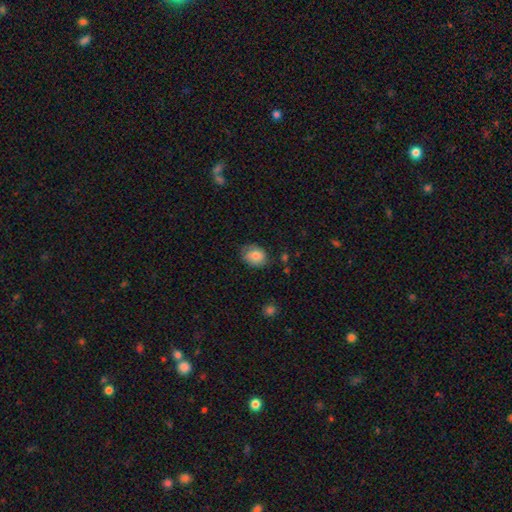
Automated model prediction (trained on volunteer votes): A smooth galaxy with no disk features (74%) that is in between round and cigar-shaped (53%).

Vote fractions:
- Smooth or featured? smooth: 74% / featured or disk: 18% / star or artifact: 8%
- How rounded? in between: 53% / round: 47% / cigar-shaped: 1%
- Merging? none: 67% / minor disturbance: 25% / major disturbance: 7% / merger: 2%